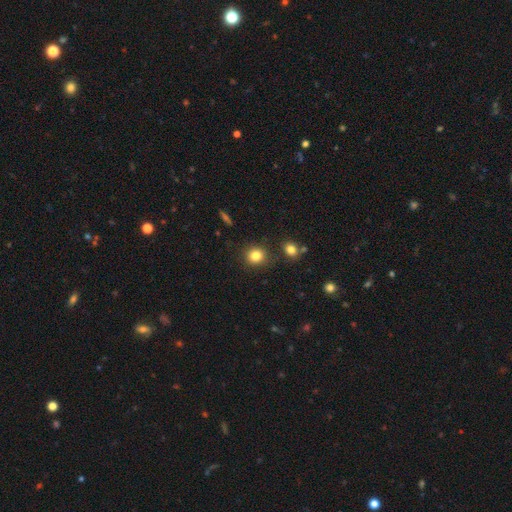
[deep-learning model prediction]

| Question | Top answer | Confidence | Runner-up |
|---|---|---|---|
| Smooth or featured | smooth | 83% | star or artifact (11%) |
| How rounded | round | 85% | in between (14%) |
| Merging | none | 86% | minor disturbance (8%) |